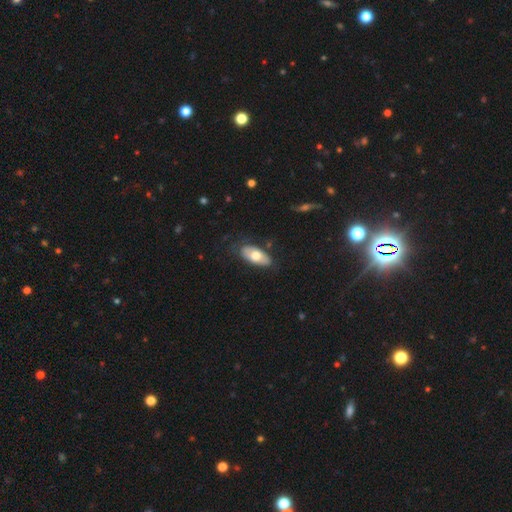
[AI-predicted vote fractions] Smooth or featured?
  - smooth: 63% *
  - featured or disk: 31%
  - star or artifact: 5%
How rounded?
  - in between: 90% *
  - cigar-shaped: 7%
  - round: 3%
Merging?
  - none: 78% *
  - minor disturbance: 16%
  - major disturbance: 4%
  - merger: 2%